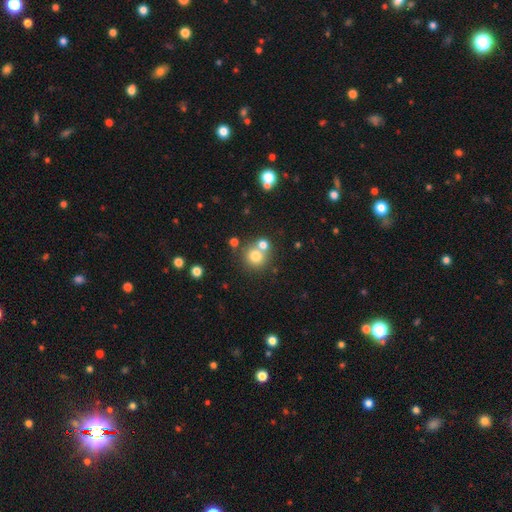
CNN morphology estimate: Q: Smooth or featured?
A: smooth (76%); runner-up: star or artifact (13%)
Q: How rounded?
A: round (89%); runner-up: in between (10%)
Q: Merging?
A: none (55%); runner-up: merger (34%)